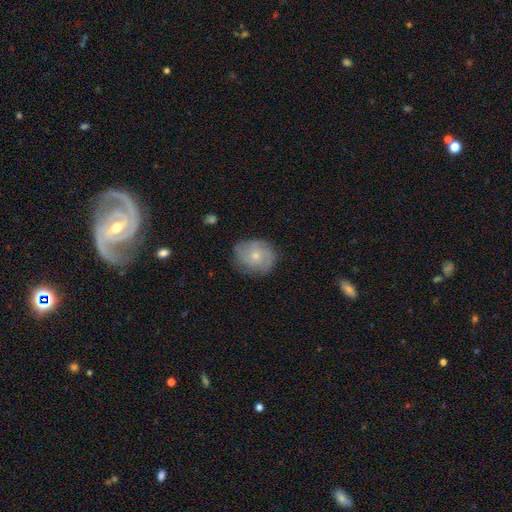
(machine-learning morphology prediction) Smooth or featured? Predicted: featured or disk (p=0.53). Edge-on disk? Predicted: no (p=0.97). Bar? Predicted: no (p=0.82). Spiral arms? Predicted: yes (p=0.83). Bulge size? Predicted: small (p=0.64). Merging? Predicted: none (p=0.74).